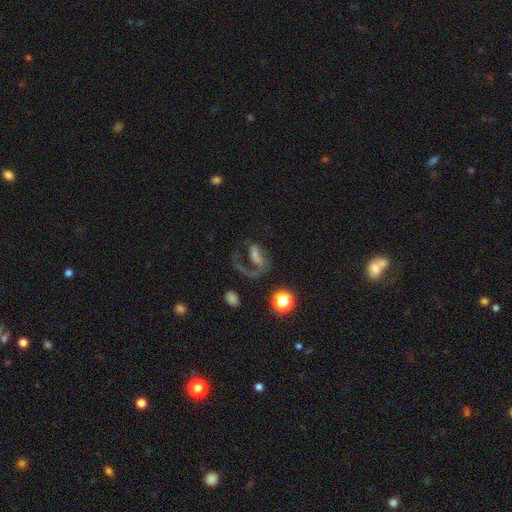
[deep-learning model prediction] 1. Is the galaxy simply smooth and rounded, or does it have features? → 64% featured or disk, 21% smooth, 15% star or artifact.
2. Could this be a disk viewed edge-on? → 95% no, 5% yes.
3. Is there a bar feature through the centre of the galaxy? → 42% no, 34% weak, 24% strong.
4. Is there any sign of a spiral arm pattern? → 76% yes, 24% no.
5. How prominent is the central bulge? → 39% small, 29% none, 22% moderate, 7% large, 3% dominant.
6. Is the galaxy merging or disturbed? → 42% major disturbance, 35% none, 13% minor disturbance, 9% merger.